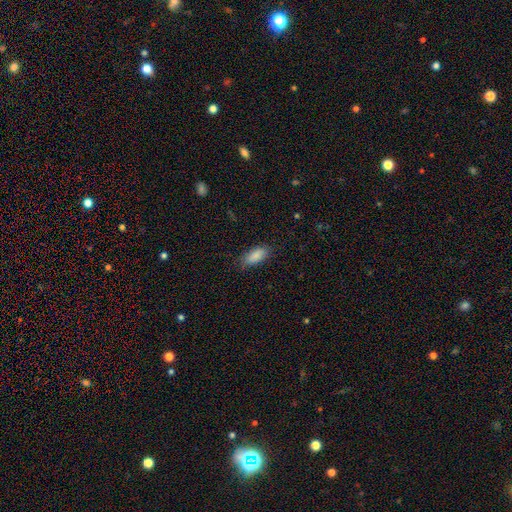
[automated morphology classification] Smooth or featured? smooth (87%)
How rounded? in between (85%)
Merging? none (77%)